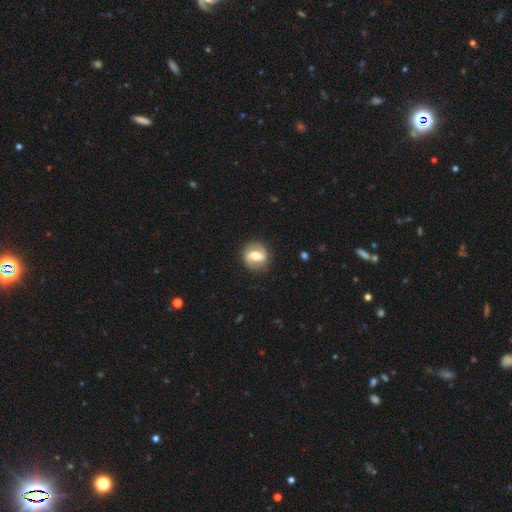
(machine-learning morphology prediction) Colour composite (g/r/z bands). It shows a featured or disk galaxy (70%) with a weak bar (42%), 2 (89%) medium (43%) spiral arms (84%) and a moderate central bulge (68%). Merging: none (86%).